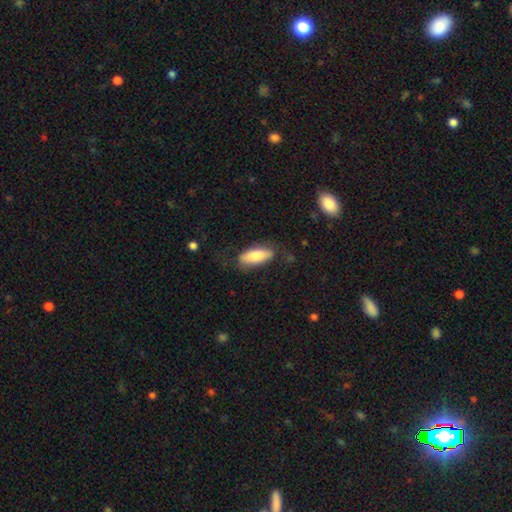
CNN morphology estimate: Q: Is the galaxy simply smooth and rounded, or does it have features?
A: smooth — 77%.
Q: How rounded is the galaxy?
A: in between — 71%.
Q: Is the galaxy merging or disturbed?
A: none — 72%.